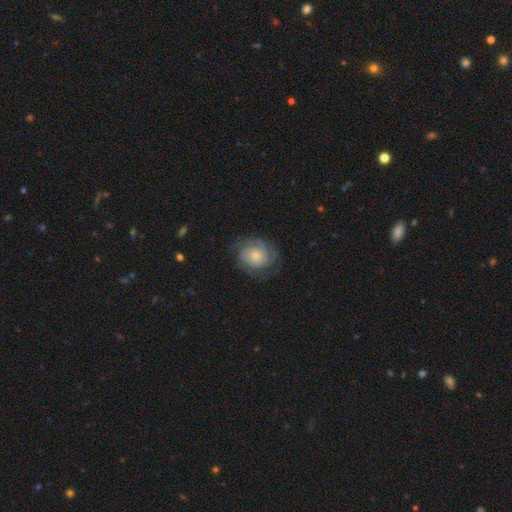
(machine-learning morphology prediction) smooth_or_featured: featured or disk (p=0.61) [alt: smooth p=0.32]
disk_edge_on: no (p=0.98) [alt: yes p=0.02]
bar: no (p=0.81) [alt: weak p=0.16]
has_spiral_arms: yes (p=0.89) [alt: no p=0.11]
spiral_winding: tight (p=0.59) [alt: medium p=0.30]
spiral_arm_count: can't tell (p=0.35) [alt: 2 p=0.31]
bulge_size: small (p=0.52) [alt: moderate p=0.32]
merging: none (p=0.71) [alt: minor disturbance p=0.18]